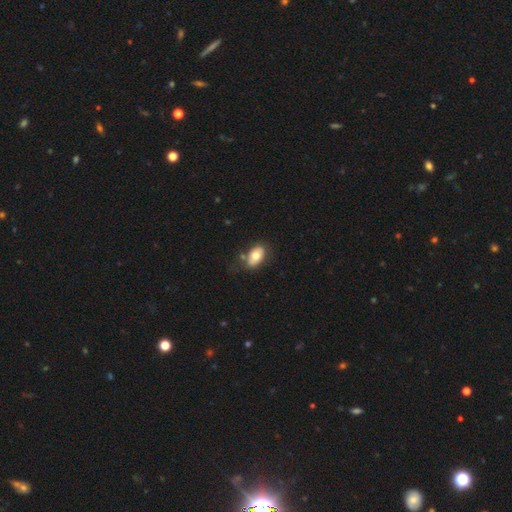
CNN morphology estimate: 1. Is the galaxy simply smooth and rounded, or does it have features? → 69% smooth, 24% featured or disk, 7% star or artifact.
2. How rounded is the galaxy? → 89% in between, 9% round, 2% cigar-shaped.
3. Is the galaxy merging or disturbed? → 64% none, 22% minor disturbance, 8% merger, 7% major disturbance.